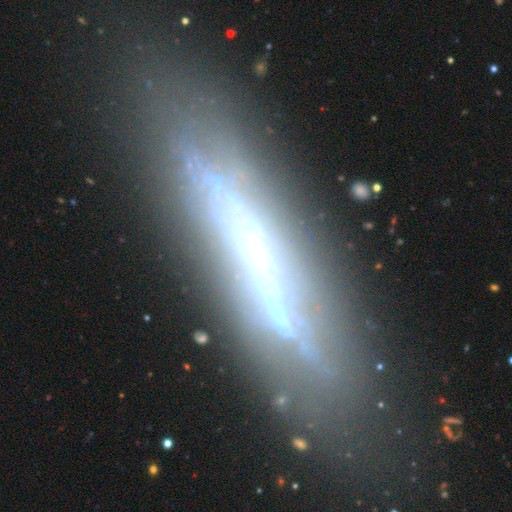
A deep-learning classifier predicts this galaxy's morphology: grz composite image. It shows a featured or disk galaxy (73%) viewed edge-on (83%) with no central bulge (72%). Merging: none (74%).